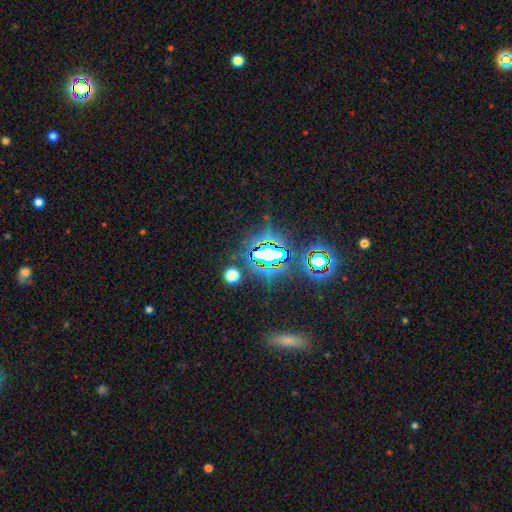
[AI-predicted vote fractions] Smooth or featured: star or artifact — 75% (smooth — 15%)